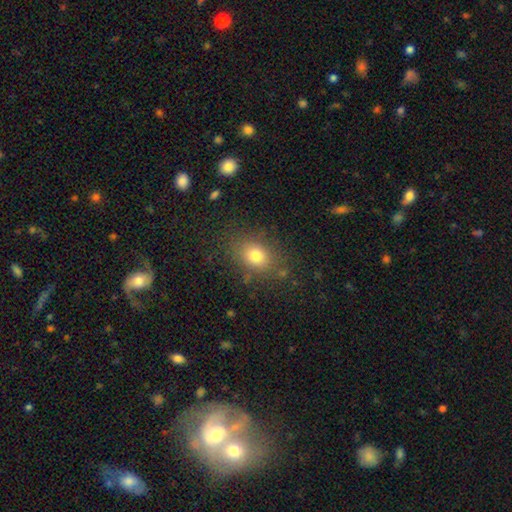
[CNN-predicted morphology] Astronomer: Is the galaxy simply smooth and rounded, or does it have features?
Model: smooth — 76%.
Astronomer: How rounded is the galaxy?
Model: in between — 54% (runner-up: round, 44%).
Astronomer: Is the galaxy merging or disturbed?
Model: none — 80%.